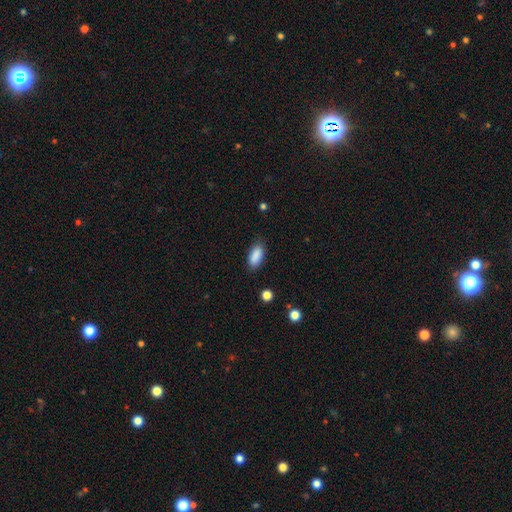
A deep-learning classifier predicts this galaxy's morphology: smooth 89%, star or artifact 7%, featured or disk 4%. Down the decision tree: how rounded — in between (88%); merging — none (82%).